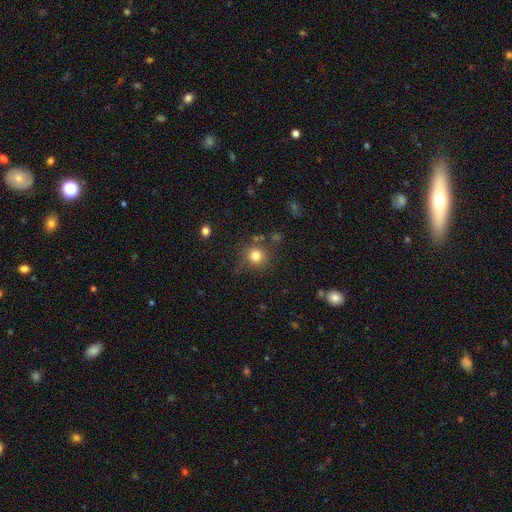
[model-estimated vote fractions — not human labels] smooth 81%, star or artifact 13%, featured or disk 7%. Down the decision tree: how rounded — round (91%); merging — none (81%).